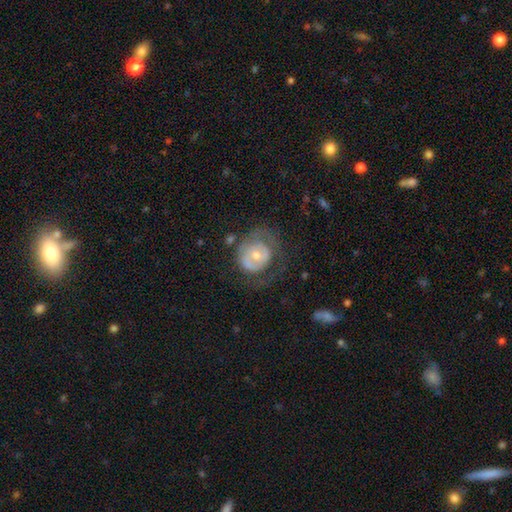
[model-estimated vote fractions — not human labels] Smooth or featured? featured or disk (54%)
Edge-on disk? no (97%)
Bar? no (75%)
Spiral arms? no (51%)
Bulge size? moderate (51%)
Merging? none (44%)